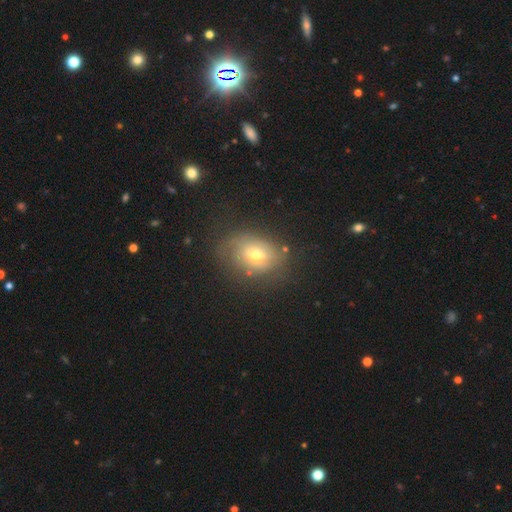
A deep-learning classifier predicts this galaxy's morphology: smooth 54%, featured or disk 34%, star or artifact 12%. Down the decision tree: how rounded — in between (67%); merging — none (64%).